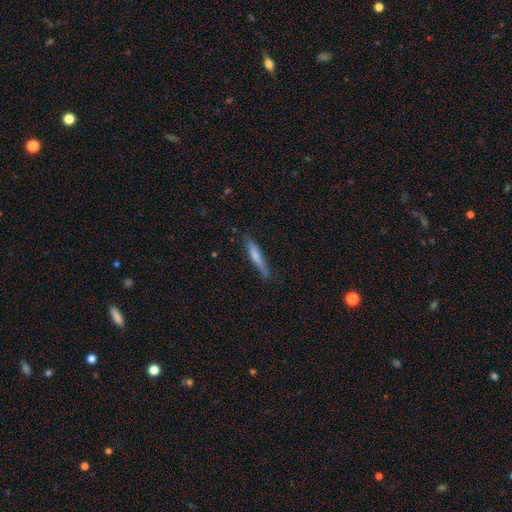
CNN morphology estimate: Q: Smooth or featured?
A: smooth (67%); runner-up: featured or disk (27%)
Q: How rounded?
A: cigar-shaped (92%); runner-up: in between (7%)
Q: Merging?
A: none (76%); runner-up: minor disturbance (19%)